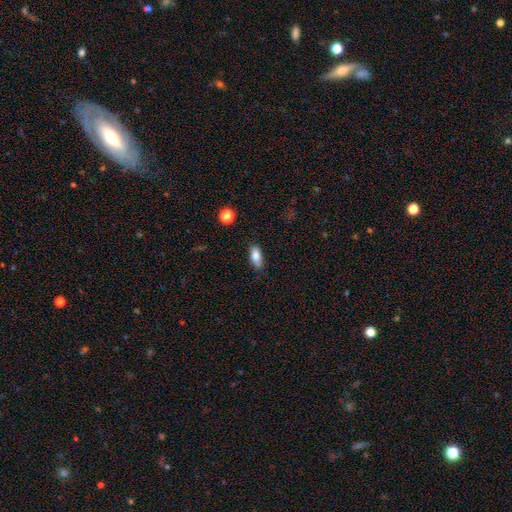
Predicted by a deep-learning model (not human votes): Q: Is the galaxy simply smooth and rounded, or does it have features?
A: smooth — 83%.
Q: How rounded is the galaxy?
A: in between — 85%.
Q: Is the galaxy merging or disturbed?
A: none — 72%.